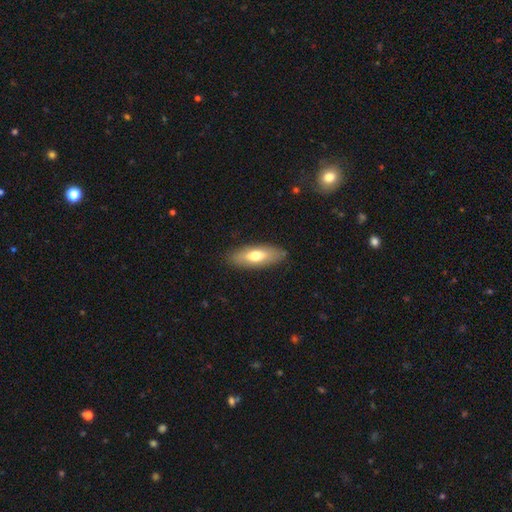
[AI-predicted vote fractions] Q: Smooth or featured?
A: smooth (65%); runner-up: featured or disk (29%)
Q: How rounded?
A: in between (67%); runner-up: cigar-shaped (30%)
Q: Merging?
A: none (85%); runner-up: minor disturbance (11%)